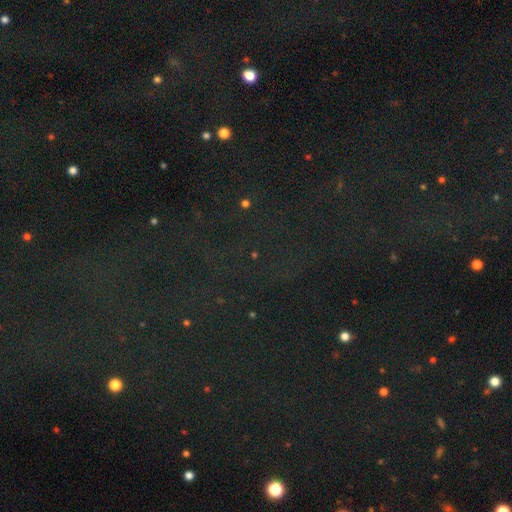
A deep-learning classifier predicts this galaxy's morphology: Smooth or featured?
  - star or artifact: 79% *
  - smooth: 13%
  - featured or disk: 8%